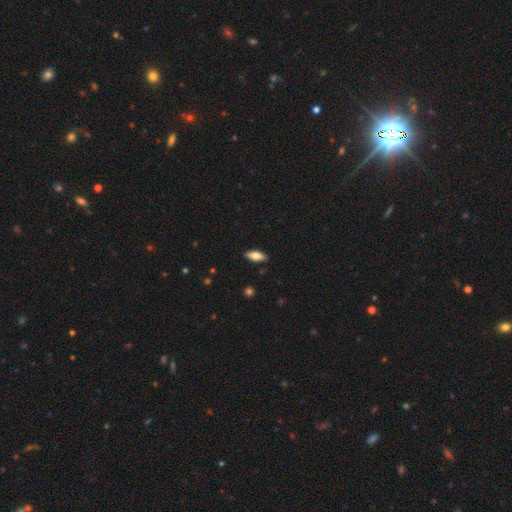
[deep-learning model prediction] A smooth galaxy with no disk features (73%) that is in between round and cigar-shaped (81%). Merging: none (88%).